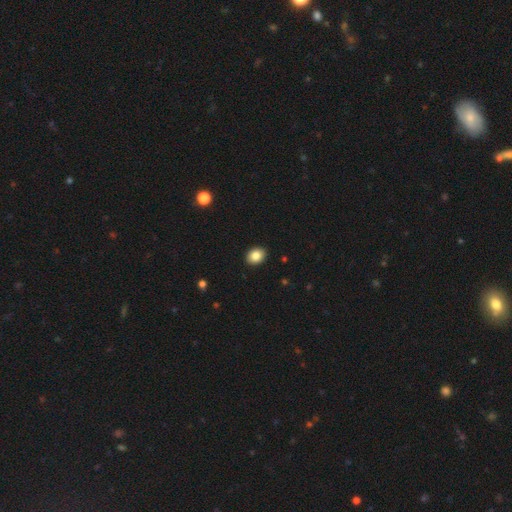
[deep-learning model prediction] This is clearly a smooth galaxy (85%). How rounded: possibly in between (59%). Merging: clearly none (91%).